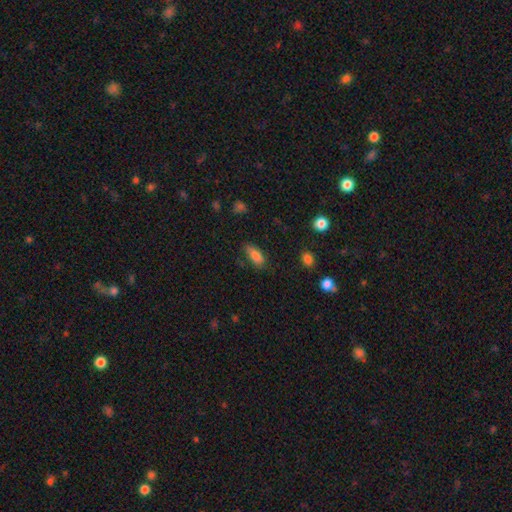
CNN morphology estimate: A smooth galaxy with no disk features (82%) that is in between round and cigar-shaped (84%).

Vote fractions:
- Smooth or featured? smooth: 82% / featured or disk: 10% / star or artifact: 8%
- How rounded? in between: 84% / cigar-shaped: 13% / round: 3%
- Merging? none: 70% / minor disturbance: 22% / major disturbance: 5% / merger: 2%